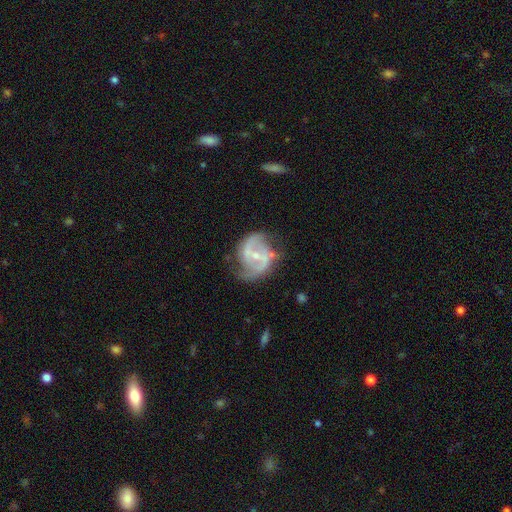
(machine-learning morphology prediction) featured or disk 86%, smooth 8%, star or artifact 6%. Down the decision tree: edge-on disk — no (97%); bar — weak (47%); spiral arms — yes (94%); spiral arm count — 2 (86%); spiral winding — medium (51%); bulge size — small (63%); merging — none (62%).